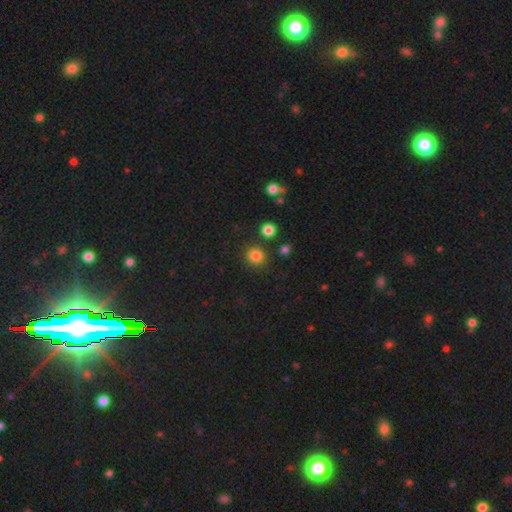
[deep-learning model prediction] A smooth galaxy with no disk features (82%) that is round (91%).

Vote fractions:
- Smooth or featured? smooth: 82% / star or artifact: 14% / featured or disk: 4%
- How rounded? round: 91% / in between: 9% / cigar-shaped: 1%
- Merging? none: 85% / minor disturbance: 8% / merger: 4% / major disturbance: 3%